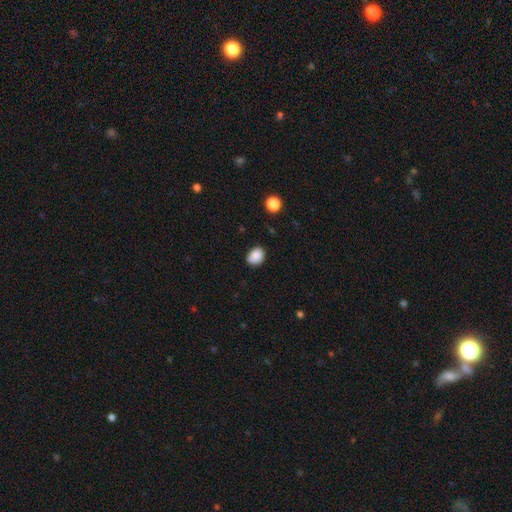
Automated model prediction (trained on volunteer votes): Morphology: type=smooth (87%); roundness=in between (57%); merging=none (73%).